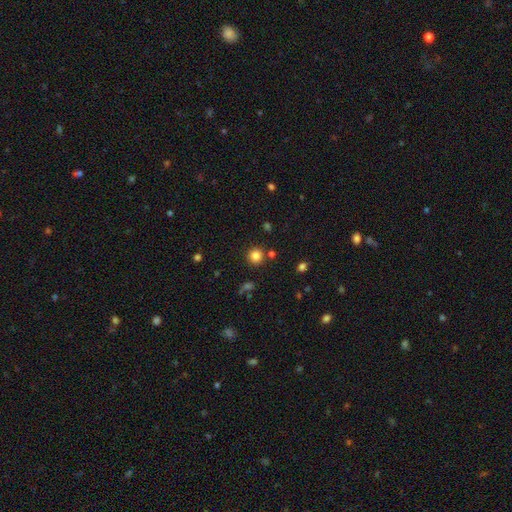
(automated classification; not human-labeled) smooth 82%, star or artifact 13%, featured or disk 5%. Down the decision tree: how rounded — round (93%); merging — none (85%).